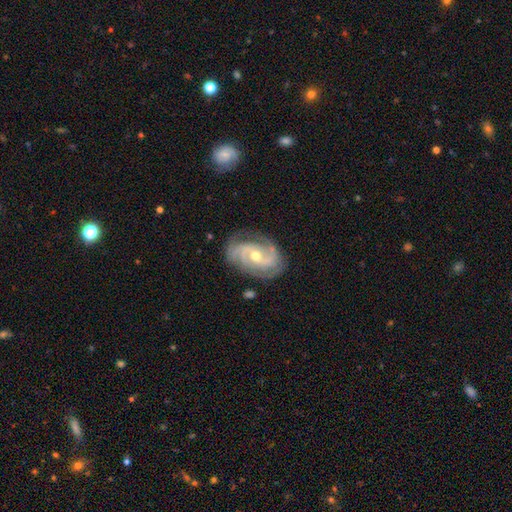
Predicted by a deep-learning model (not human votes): Overall: featured or disk (89%). Edge-on disk: no (97%). Bar: no (55%; weak 35%). Spiral arms: yes (97%). Spiral arm count: 2 (45%; 3 28%). Spiral winding: tight (48%; medium 41%). Bulge size: moderate (58%; small 39%). Merging: none (75%).